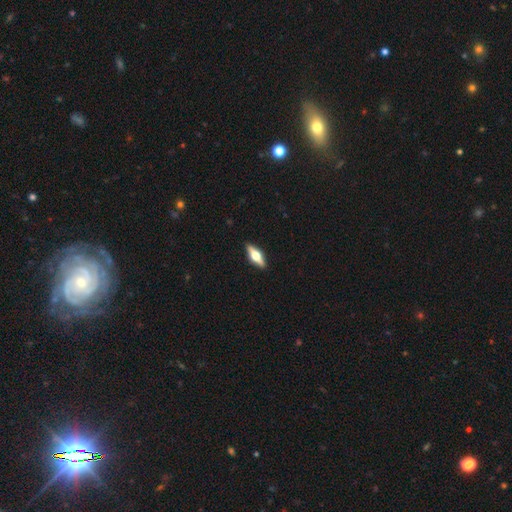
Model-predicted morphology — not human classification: type=featured or disk (63%); edge-on=yes (95%); edge-on bulge=rounded (95%); merging=none (90%).